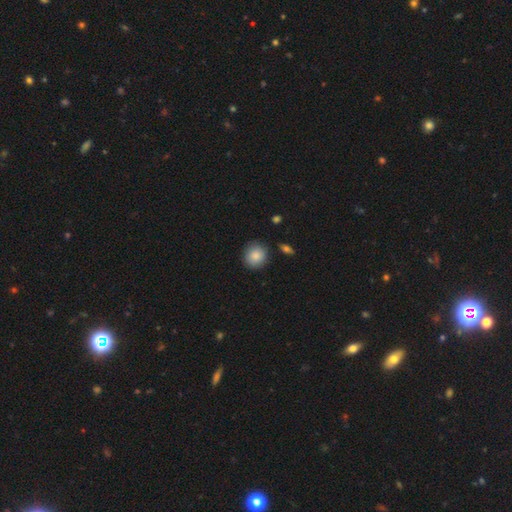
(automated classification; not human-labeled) smooth_or_featured: smooth (p=0.88) [alt: star or artifact p=0.07]
how_rounded: round (p=0.86) [alt: in between p=0.13]
merging: none (p=0.86) [alt: minor disturbance p=0.10]